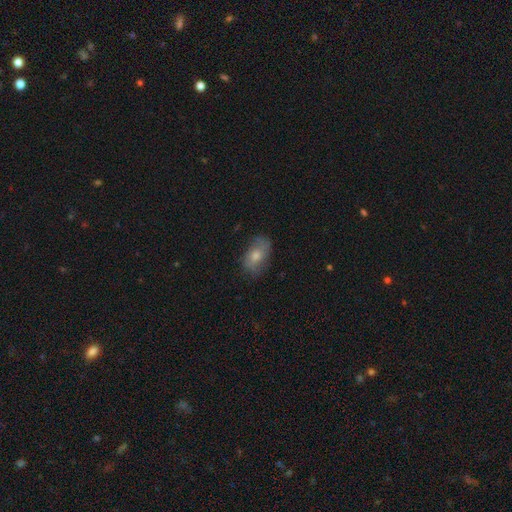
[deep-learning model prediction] The model was most divided on "smooth or featured": smooth: 59%, featured or disk: 30%, star or artifact: 12%. More confident: how rounded — in between (86%); merging — none (74%).